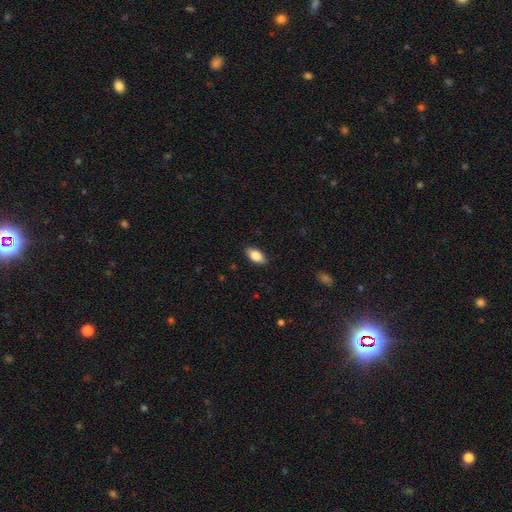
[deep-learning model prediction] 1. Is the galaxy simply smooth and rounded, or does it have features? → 82% smooth, 11% featured or disk, 7% star or artifact.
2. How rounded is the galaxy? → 91% in between, 5% cigar-shaped, 4% round.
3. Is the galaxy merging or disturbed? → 87% none, 10% minor disturbance, 2% major disturbance, 1% merger.